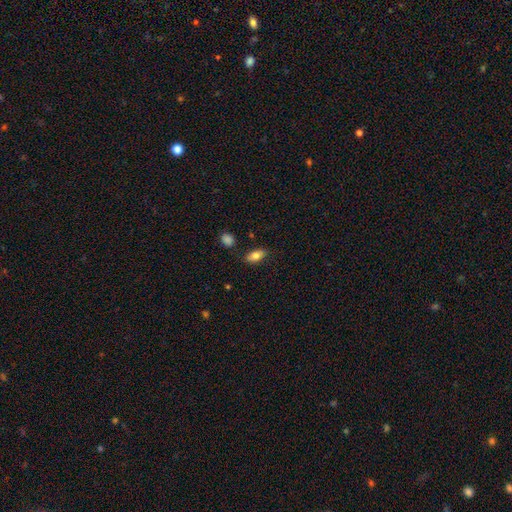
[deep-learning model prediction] The model was most divided on "smooth or featured": smooth: 80%, featured or disk: 12%, star or artifact: 8%. More confident: how rounded — in between (90%); merging — none (84%).